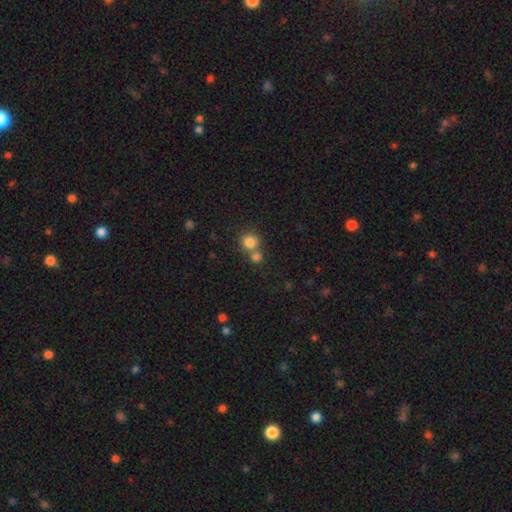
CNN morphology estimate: The model was most divided on "merging": none: 57%, merger: 35%, minor disturbance: 6%, major disturbance: 3%. More confident: how rounded — round (90%); smooth or featured — smooth (75%).